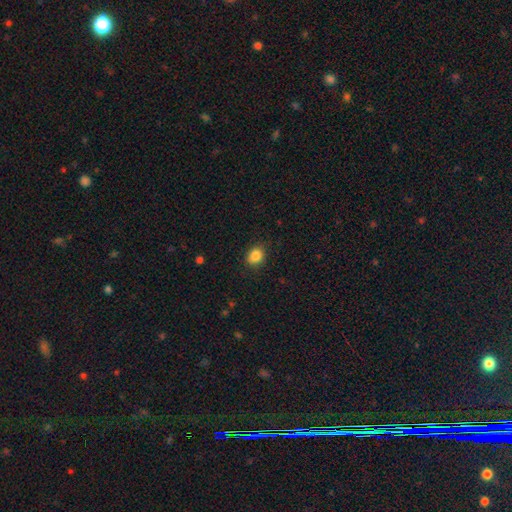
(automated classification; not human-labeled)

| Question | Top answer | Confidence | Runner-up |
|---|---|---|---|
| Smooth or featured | smooth | 86% | star or artifact (10%) |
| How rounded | round | 58% | in between (41%) |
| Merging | none | 85% | minor disturbance (12%) |